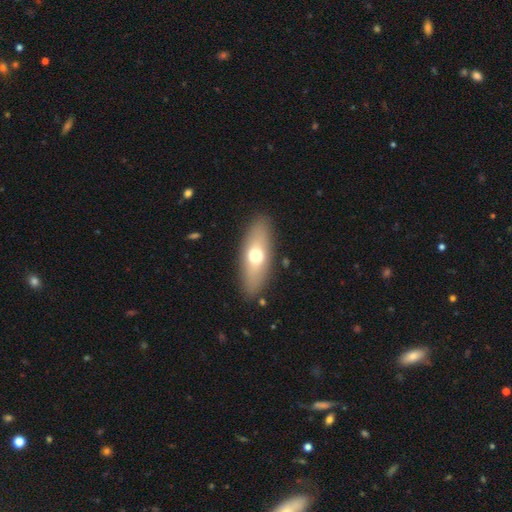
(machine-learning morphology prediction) The model was most divided on "smooth or featured": smooth: 62%, featured or disk: 31%, star or artifact: 7%. More confident: merging — none (87%); how rounded — in between (70%).